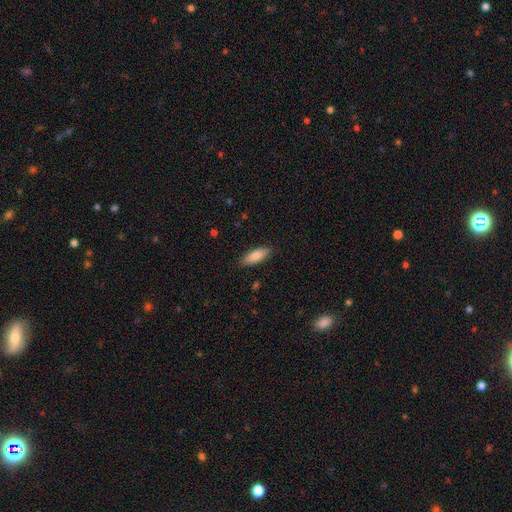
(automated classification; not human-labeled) This is clearly a smooth galaxy (83%). How rounded: likely in between (70%). Merging: clearly none (87%).